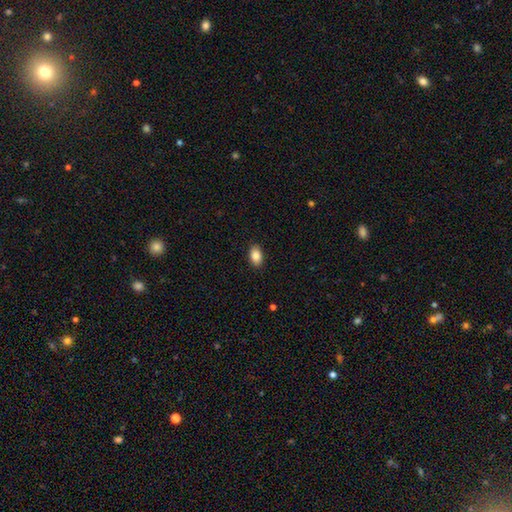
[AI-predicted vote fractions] This appears to be a smooth galaxy with no disk features (87%) that is in between round and cigar-shaped (90%). Merging: none (90%).